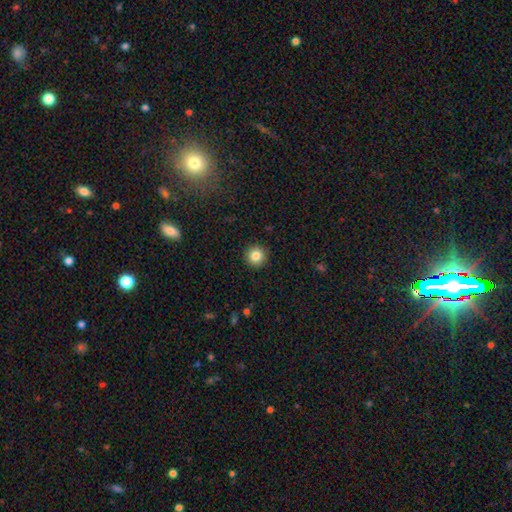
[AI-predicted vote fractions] Q: Smooth or featured?
A: smooth (84%); runner-up: star or artifact (10%)
Q: How rounded?
A: round (96%); runner-up: in between (3%)
Q: Merging?
A: none (93%); runner-up: minor disturbance (5%)